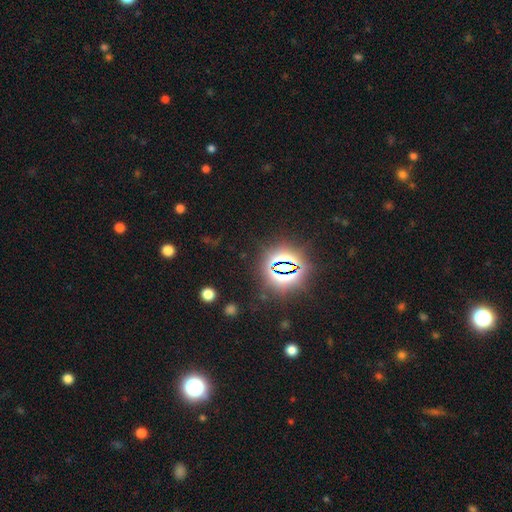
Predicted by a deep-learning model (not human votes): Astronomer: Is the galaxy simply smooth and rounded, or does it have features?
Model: star or artifact — 83%.